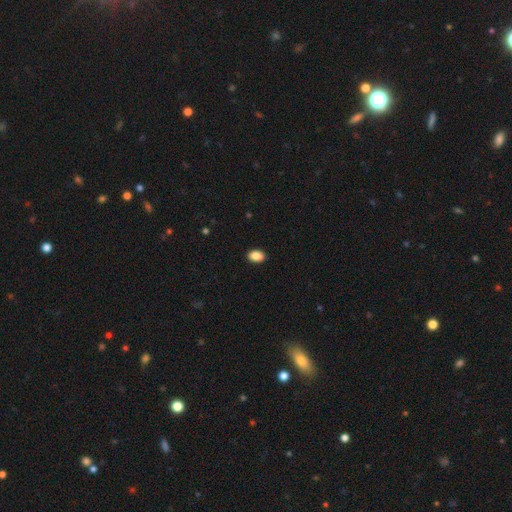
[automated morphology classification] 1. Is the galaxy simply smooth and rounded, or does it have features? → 88% smooth, 8% star or artifact, 4% featured or disk.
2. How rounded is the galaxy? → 83% in between, 16% round, 1% cigar-shaped.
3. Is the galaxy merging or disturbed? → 90% none, 7% minor disturbance, 2% major disturbance, 1% merger.